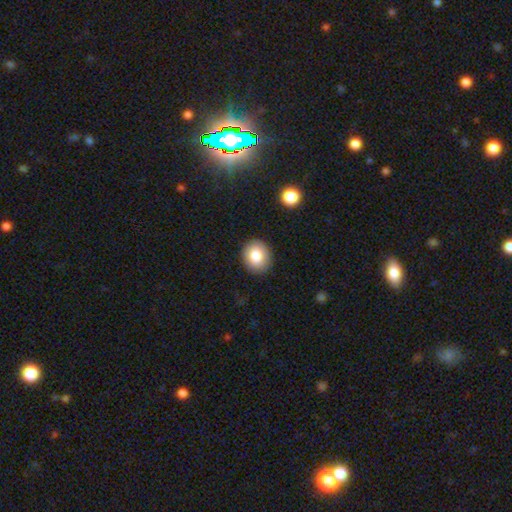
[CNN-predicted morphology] A smooth galaxy with no disk features (82%) that is round (65%). Merging: none (89%).